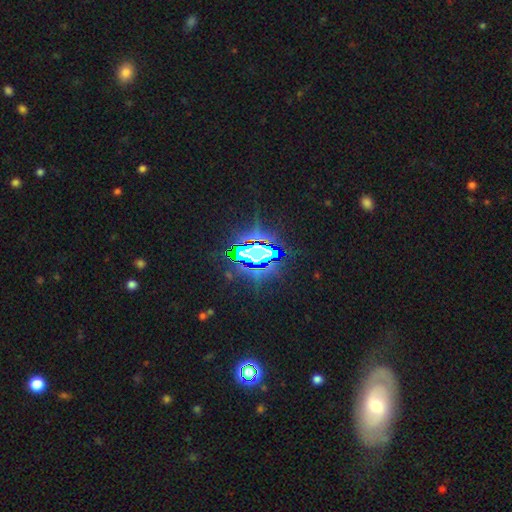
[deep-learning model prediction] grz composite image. It shows a star or artifact, not a galaxy (74%).